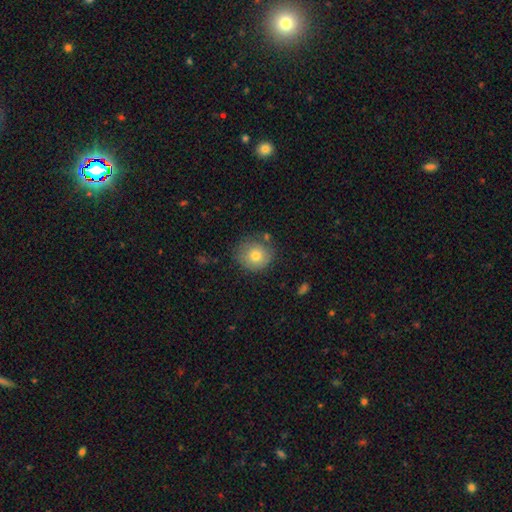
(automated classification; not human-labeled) A smooth galaxy with no disk features (77%) that is round (88%).

Vote fractions:
- Smooth or featured? smooth: 77% / featured or disk: 13% / star or artifact: 9%
- How rounded? round: 88% / in between: 11% / cigar-shaped: 1%
- Merging? none: 75% / minor disturbance: 17% / major disturbance: 4% / merger: 4%